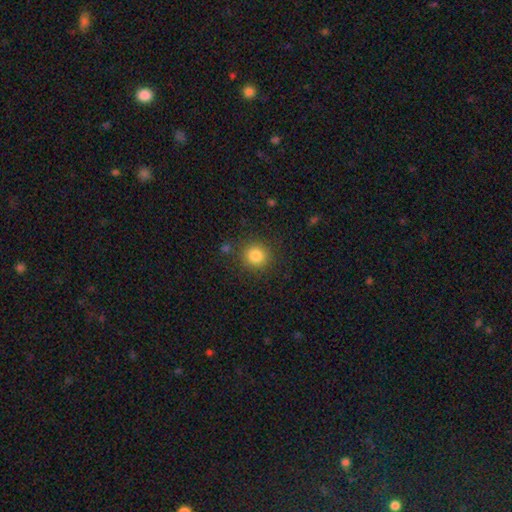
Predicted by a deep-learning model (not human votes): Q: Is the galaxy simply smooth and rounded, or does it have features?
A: smooth — 83%.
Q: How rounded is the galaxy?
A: round — 91%.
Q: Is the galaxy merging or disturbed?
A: none — 87%.